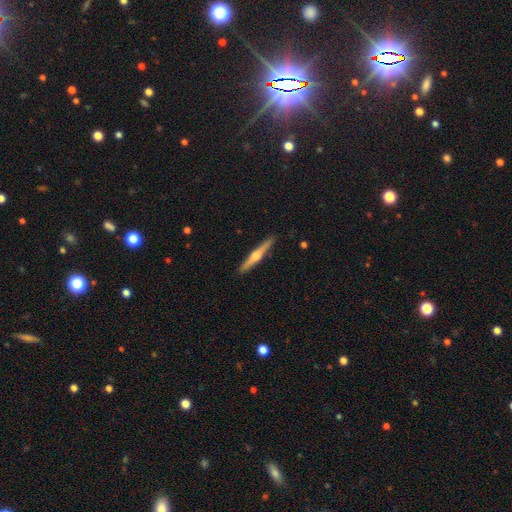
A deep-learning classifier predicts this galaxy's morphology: The model was most divided on "smooth or featured": featured or disk: 67%, smooth: 27%, star or artifact: 5%. More confident: edge-on disk — yes (98%); merging — none (91%); edge-on bulge — rounded (90%).